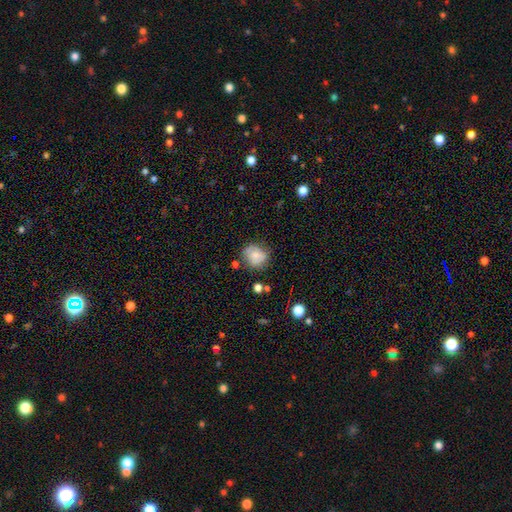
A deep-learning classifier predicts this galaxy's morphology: smooth 76%, featured or disk 15%, star or artifact 9%. Down the decision tree: how rounded — round (73%); merging — none (68%).